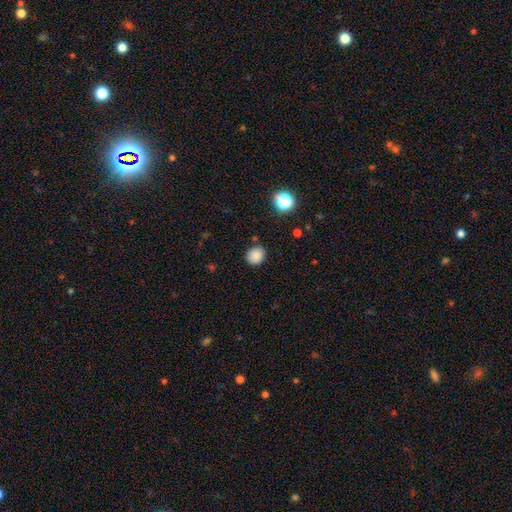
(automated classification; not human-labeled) A smooth galaxy with no disk features (84%) that is round (72%).

Vote fractions:
- Smooth or featured? smooth: 84% / star or artifact: 12% / featured or disk: 4%
- How rounded? round: 72% / in between: 27% / cigar-shaped: 1%
- Merging? none: 83% / minor disturbance: 11% / major disturbance: 3% / merger: 3%